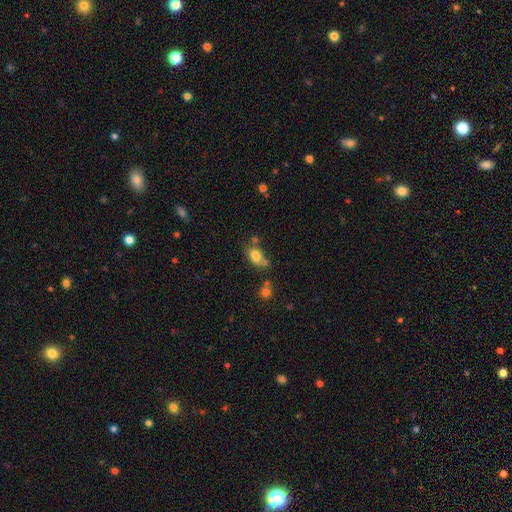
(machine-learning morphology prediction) smooth-or-featured: smooth: 77% | featured or disk: 13% | star or artifact: 11%
  how-rounded: in between: 78% | round: 18% | cigar-shaped: 3%
  merging: none: 45% | merger: 23% | minor disturbance: 23% | major disturbance: 9%